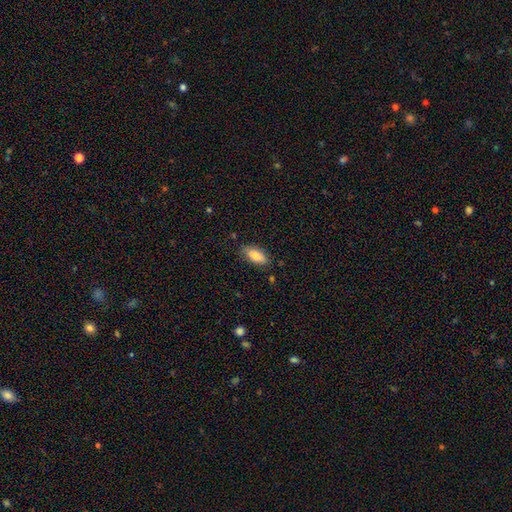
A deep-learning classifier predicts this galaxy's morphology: A smooth galaxy with no disk features (84%) that is in between round and cigar-shaped (85%).

Vote fractions:
- Smooth or featured? smooth: 84% / featured or disk: 10% / star or artifact: 7%
- How rounded? in between: 85% / cigar-shaped: 13% / round: 2%
- Merging? none: 79% / minor disturbance: 16% / major disturbance: 3% / merger: 2%